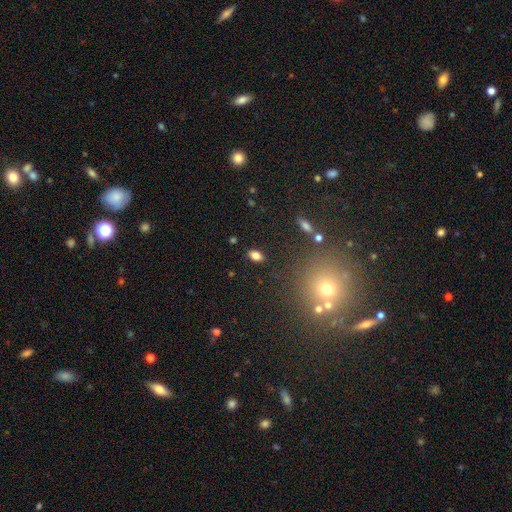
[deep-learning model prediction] A smooth galaxy with no disk features (80%) that is in between round and cigar-shaped (87%). Merging: none (85%).